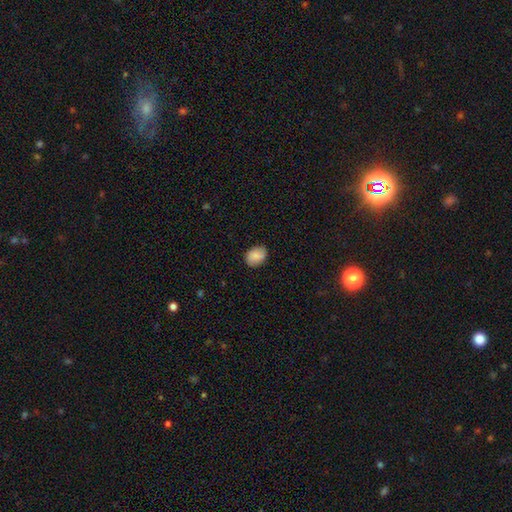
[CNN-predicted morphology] The model was most divided on "how rounded": in between: 66%, round: 33%, cigar-shaped: 1%. More confident: merging — none (83%); smooth or featured — smooth (82%).